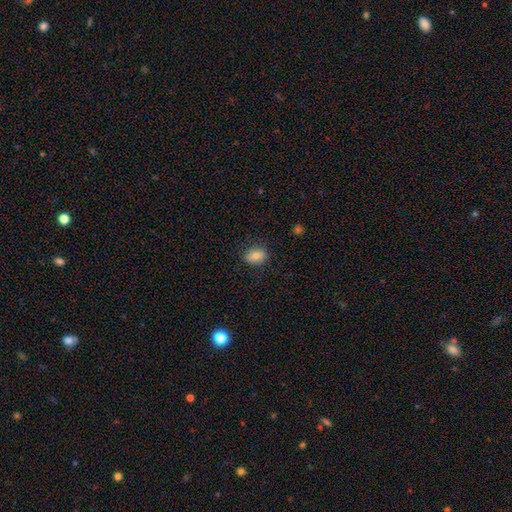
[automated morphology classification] Smooth or featured? Predicted: smooth (p=0.77). How rounded? Predicted: in between (p=0.72). Merging? Predicted: none (p=0.83).